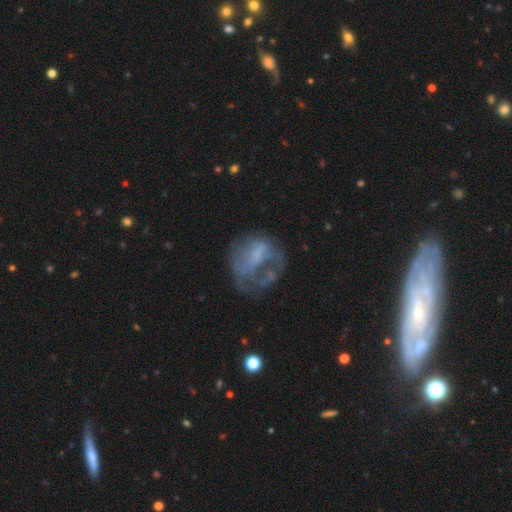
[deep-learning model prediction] Smooth or featured: featured or disk — 53% (smooth — 34%)
Edge-on disk: no — 97% (yes — 3%)
Bar: no — 69% (weak — 23%)
Spiral arms: no — 74% (yes — 26%)
Bulge size: none — 55% (small — 25%)
Merging: major disturbance — 39% (none — 35%)